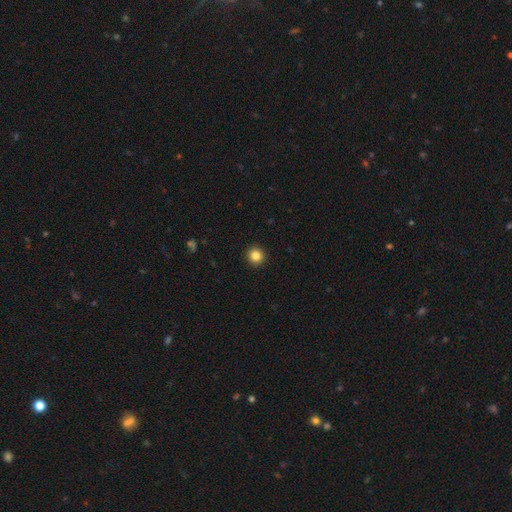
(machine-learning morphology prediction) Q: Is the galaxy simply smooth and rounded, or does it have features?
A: smooth — 85%.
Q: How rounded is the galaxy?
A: round — 95%.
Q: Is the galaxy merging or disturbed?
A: none — 94%.